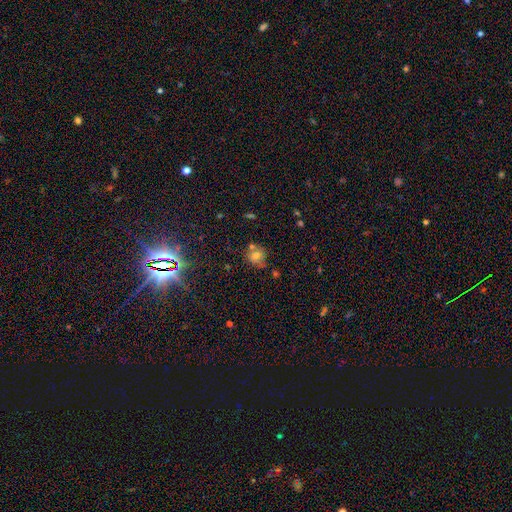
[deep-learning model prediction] Q: Smooth or featured?
A: smooth (66%); runner-up: star or artifact (19%)
Q: How rounded?
A: round (81%); runner-up: in between (18%)
Q: Merging?
A: none (65%); runner-up: minor disturbance (18%)